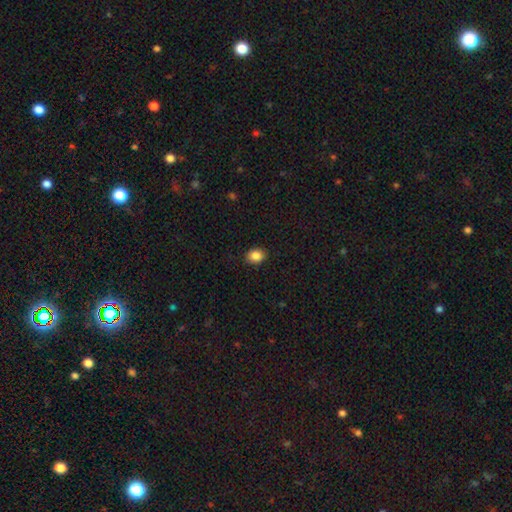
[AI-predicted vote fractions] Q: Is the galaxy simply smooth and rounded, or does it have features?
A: smooth — 86%.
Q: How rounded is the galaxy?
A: in between — 51%.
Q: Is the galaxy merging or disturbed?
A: none — 90%.